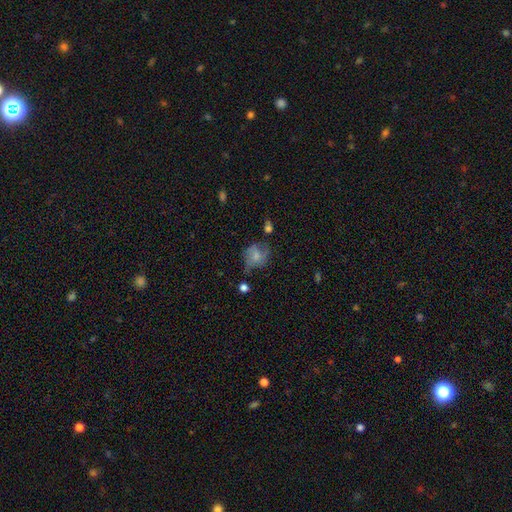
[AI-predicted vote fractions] This is possibly a smooth galaxy (55%). How rounded: likely round (64%). Merging: possibly none (47%).